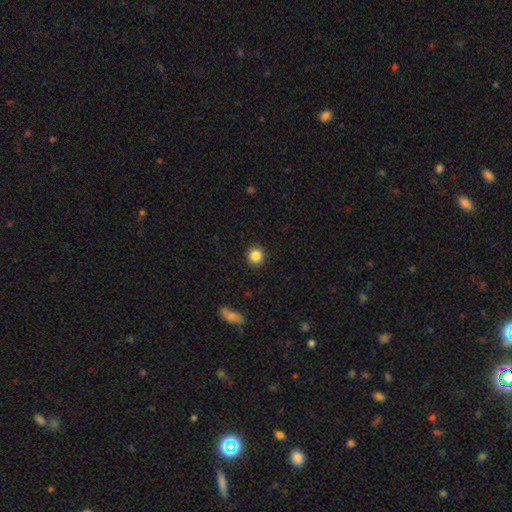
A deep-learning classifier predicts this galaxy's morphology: Smooth or featured? smooth (86%)
How rounded? round (92%)
Merging? none (92%)